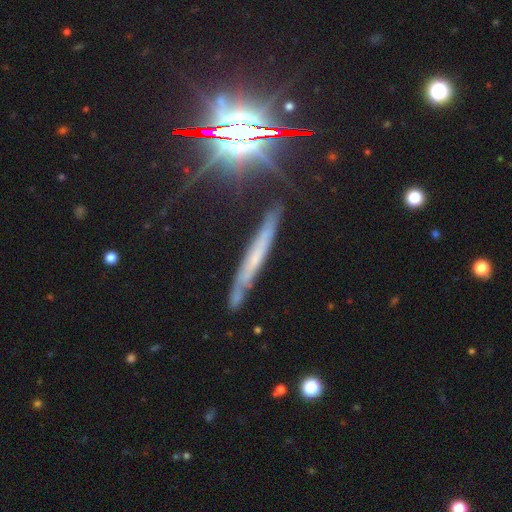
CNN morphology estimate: This appears to be a featured or disk galaxy (54%) viewed edge-on (86%). Merging: none (79%).